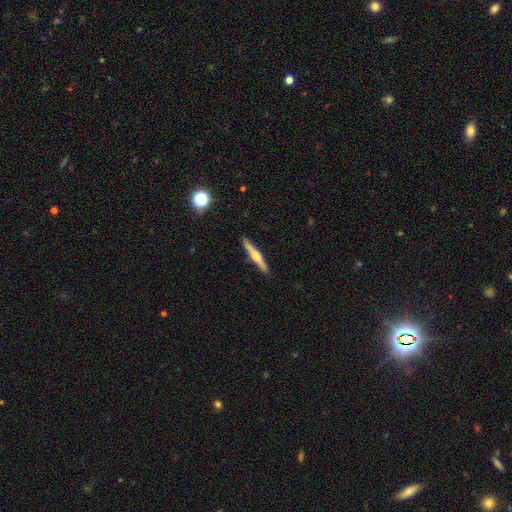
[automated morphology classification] A featured or disk galaxy (70%) viewed edge-on (98%) with a rounded central bulge (93%). Merging: none (91%).